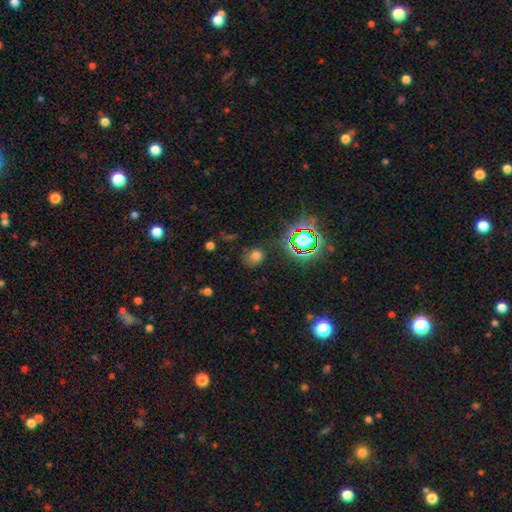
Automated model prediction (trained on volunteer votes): Overall: smooth (64%; star or artifact 27%). How rounded: round (75%). Merging: none (69%).